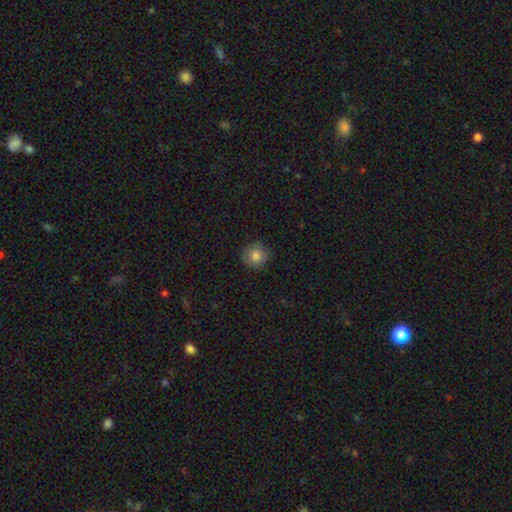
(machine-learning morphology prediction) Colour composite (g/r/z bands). It shows a smooth galaxy with no disk features (83%) that is round (90%). Merging: none (84%).